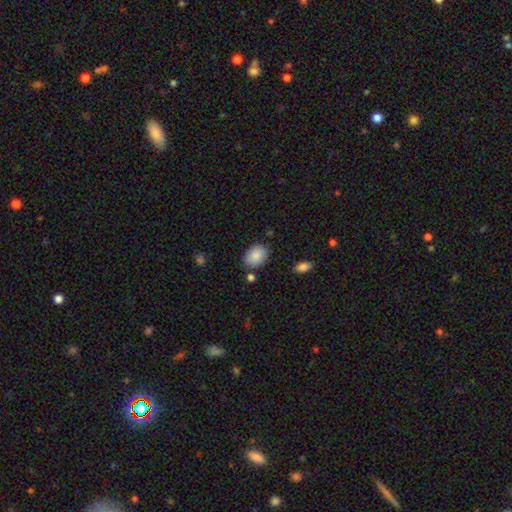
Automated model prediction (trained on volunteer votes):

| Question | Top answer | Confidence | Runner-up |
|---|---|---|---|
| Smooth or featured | smooth | 88% | star or artifact (7%) |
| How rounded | in between | 80% | round (18%) |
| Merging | none | 80% | minor disturbance (13%) |